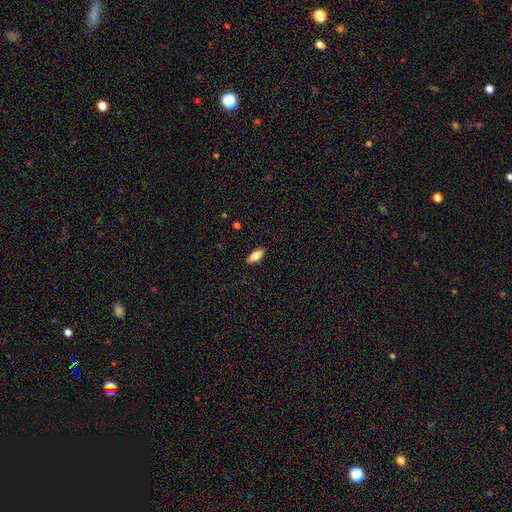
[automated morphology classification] type=smooth (77%); roundness=in between (83%); merging=none (88%).